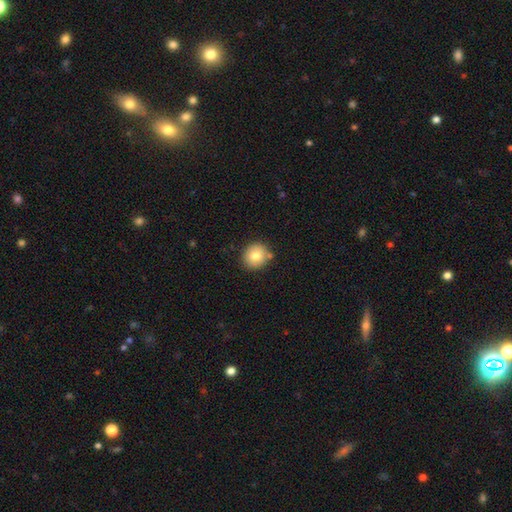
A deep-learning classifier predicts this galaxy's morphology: The model was most divided on "smooth or featured": smooth: 79%, featured or disk: 11%, star or artifact: 10%. More confident: how rounded — round (86%); merging — none (82%).